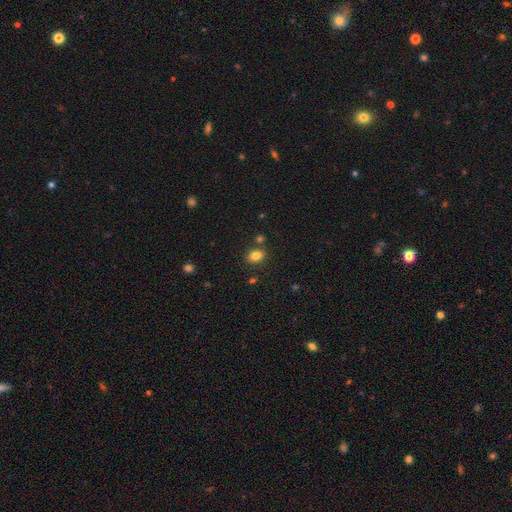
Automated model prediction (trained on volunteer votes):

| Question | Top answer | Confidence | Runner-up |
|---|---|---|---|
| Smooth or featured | smooth | 82% | star or artifact (11%) |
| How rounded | in between | 69% | round (30%) |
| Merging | none | 77% | minor disturbance (11%) |